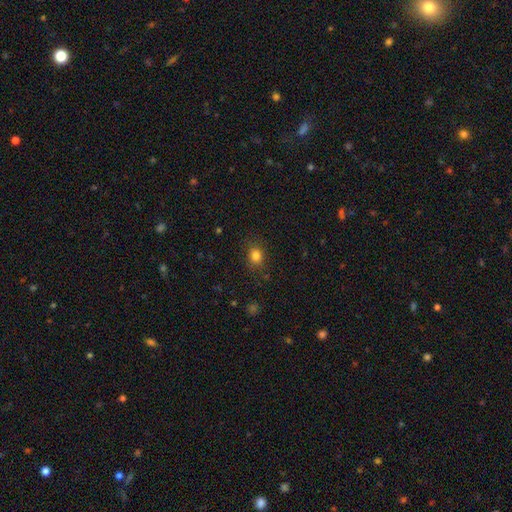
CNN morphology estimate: type=smooth (82%); roundness=round (58%); merging=none (83%).